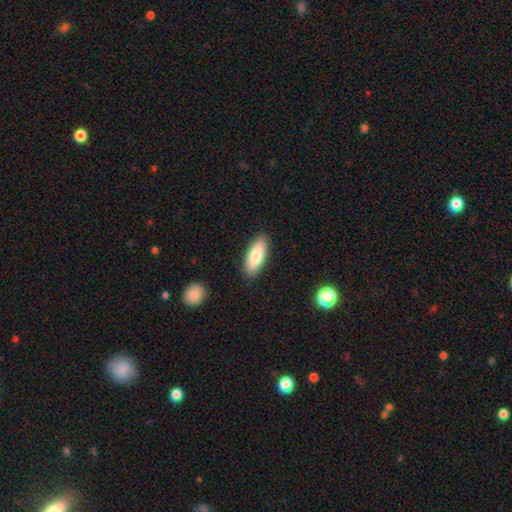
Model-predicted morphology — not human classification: A smooth galaxy with no disk features (82%) that is in between round and cigar-shaped (73%). Merging: none (88%).